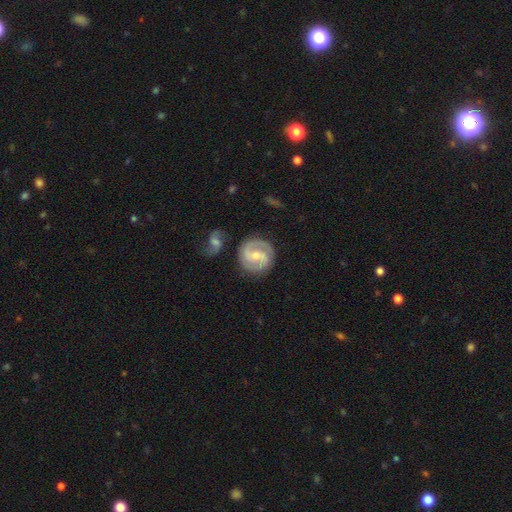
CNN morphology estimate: This appears to be a featured or disk galaxy (84%) with a weak bar (46%), 2 (88%) medium (49%) spiral arms (97%) and a moderate central bulge (48%, tied with small). Merging: none (79%).